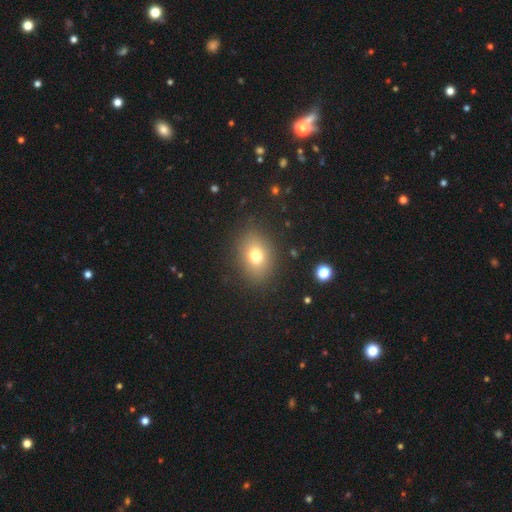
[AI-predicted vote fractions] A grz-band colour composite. It shows a smooth galaxy with no disk features (75%) that is in between round and cigar-shaped (65%). Merging: none (85%).